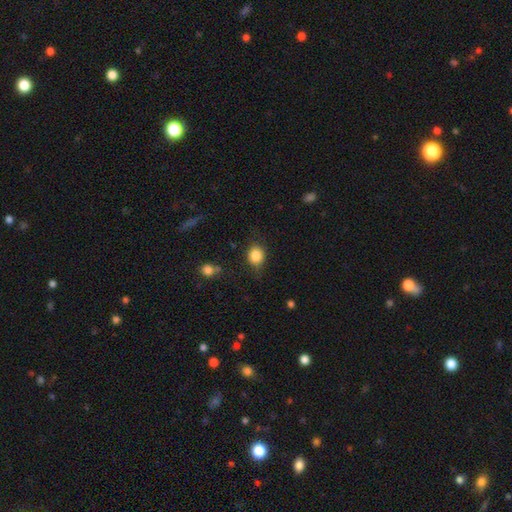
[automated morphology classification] smooth-or-featured: smooth: 84% | star or artifact: 10% | featured or disk: 7%
  how-rounded: round: 65% | in between: 34% | cigar-shaped: 1%
  merging: none: 76% | minor disturbance: 17% | major disturbance: 4% | merger: 2%